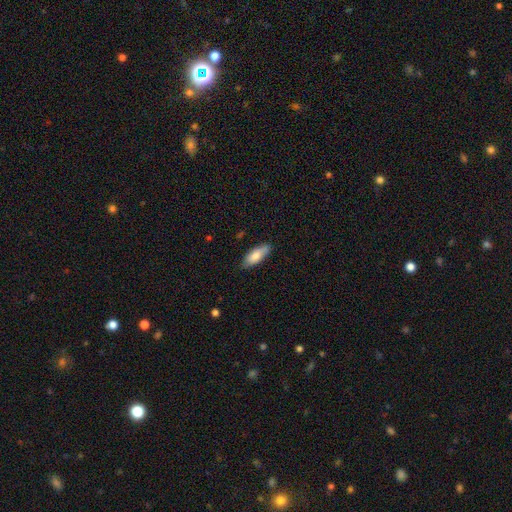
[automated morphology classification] This appears to be a smooth galaxy with no disk features (79%) that is in between round and cigar-shaped (71%). Merging: none (80%).